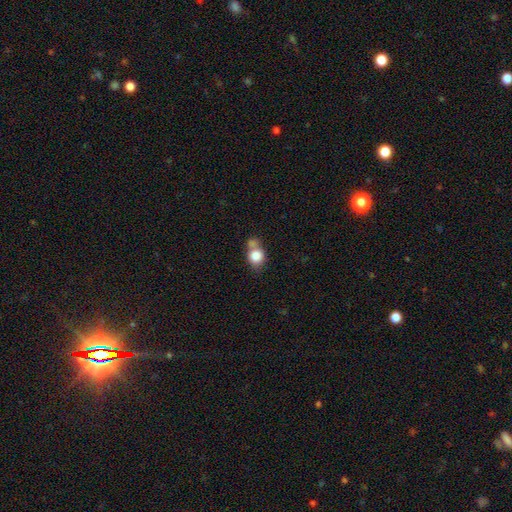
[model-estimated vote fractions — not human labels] Smooth or featured: smooth — 81% (featured or disk — 10%)
How rounded: round — 62% (in between — 37%)
Merging: merger — 40% (none — 39%)